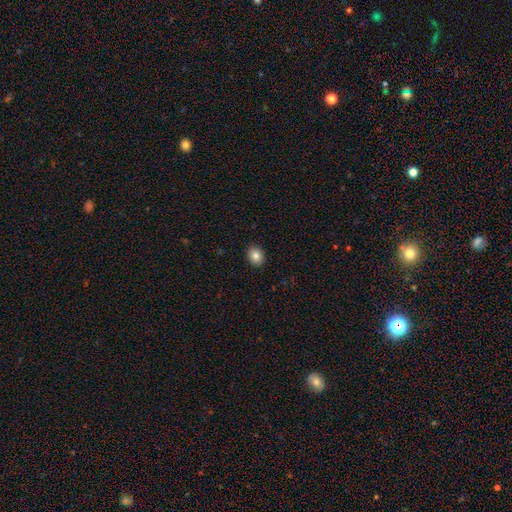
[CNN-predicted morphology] A smooth galaxy with no disk features (85%) that is round (52%).

Vote fractions:
- Smooth or featured? smooth: 85% / star or artifact: 9% / featured or disk: 6%
- How rounded? round: 52% / in between: 47% / cigar-shaped: 1%
- Merging? none: 91% / minor disturbance: 6% / major disturbance: 2% / merger: 1%